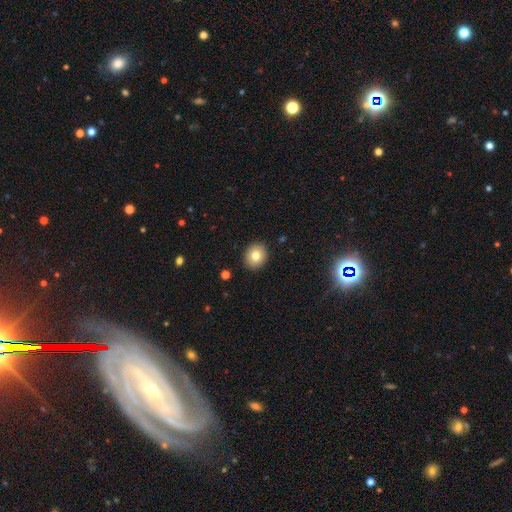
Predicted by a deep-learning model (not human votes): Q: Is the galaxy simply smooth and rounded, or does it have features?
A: smooth — 79%.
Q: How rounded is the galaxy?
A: round — 72%.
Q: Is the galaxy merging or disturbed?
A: none — 91%.